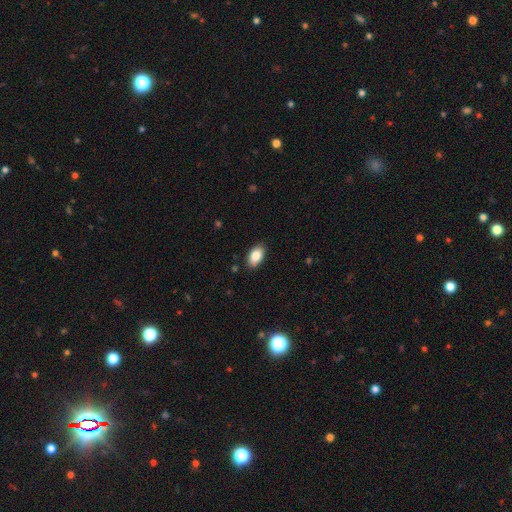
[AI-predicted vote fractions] A smooth galaxy with no disk features (86%) that is in between round and cigar-shaped (93%). Merging: none (87%).